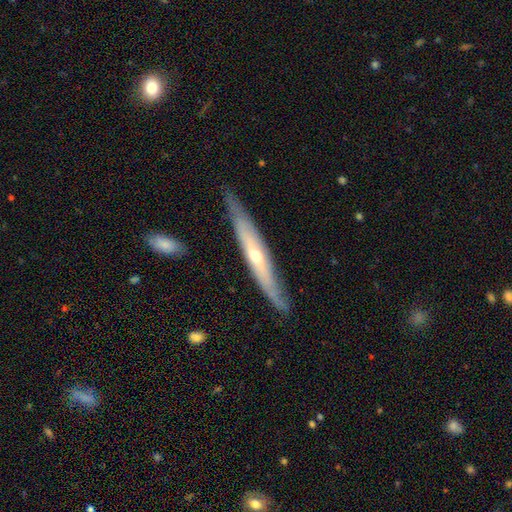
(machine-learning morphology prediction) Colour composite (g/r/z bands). It shows a featured or disk galaxy (71%) viewed edge-on (78%) with a rounded central bulge (72%). Merging: none (80%).